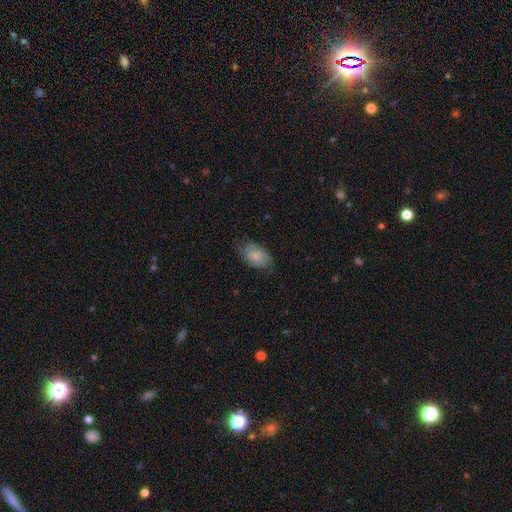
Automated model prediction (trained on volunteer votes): A smooth galaxy with no disk features (73%) that is in between round and cigar-shaped (92%). Merging: none (62%).